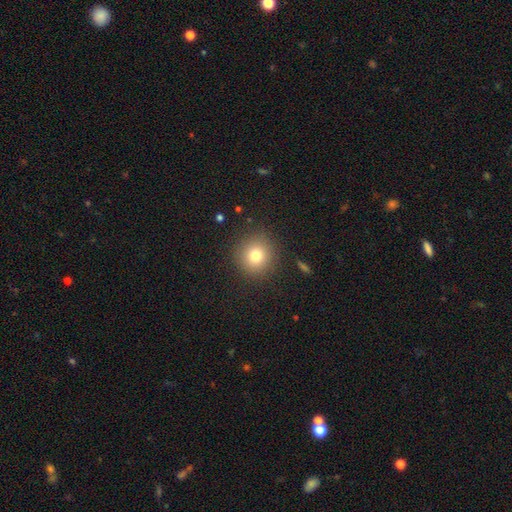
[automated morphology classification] Smooth or featured? smooth (77%)
How rounded? round (91%)
Merging? none (89%)